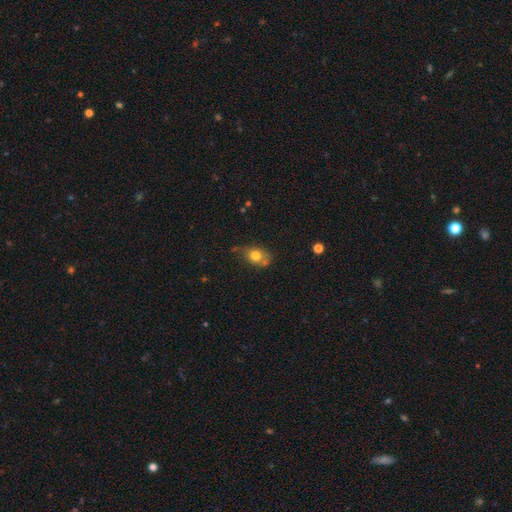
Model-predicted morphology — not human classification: type=smooth (73%); roundness=in between (56%); merging=none (50%).